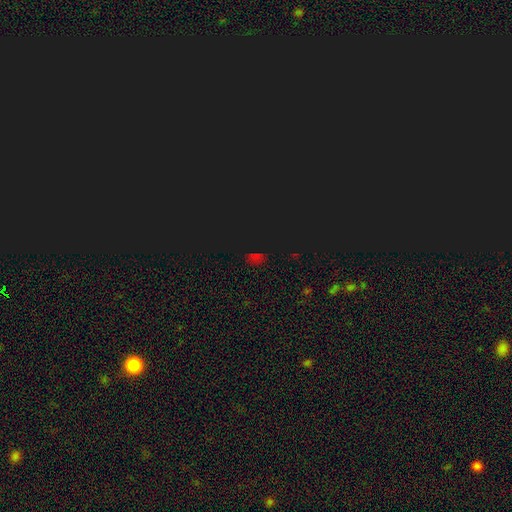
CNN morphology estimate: A star or artifact, not a galaxy (68%).